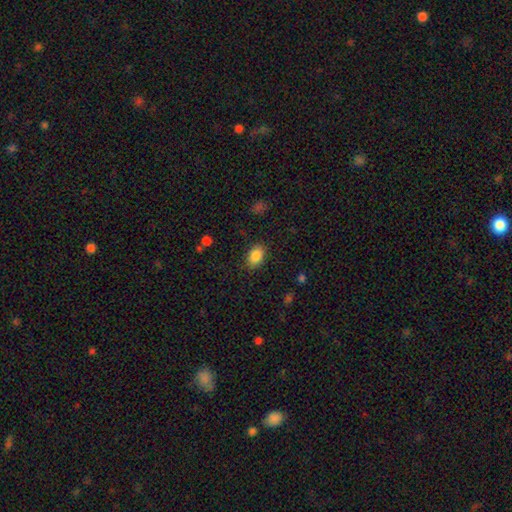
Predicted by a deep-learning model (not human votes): This is clearly a smooth galaxy (87%). How rounded: clearly in between (85%). Merging: clearly none (86%).